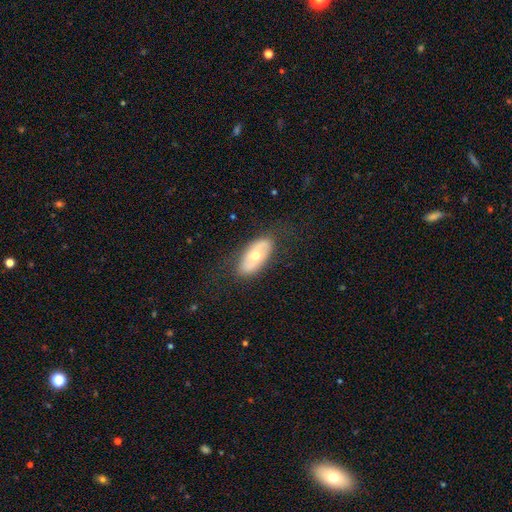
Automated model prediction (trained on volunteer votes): This appears to be a smooth galaxy with no disk features (48%). Merging: none (80%).